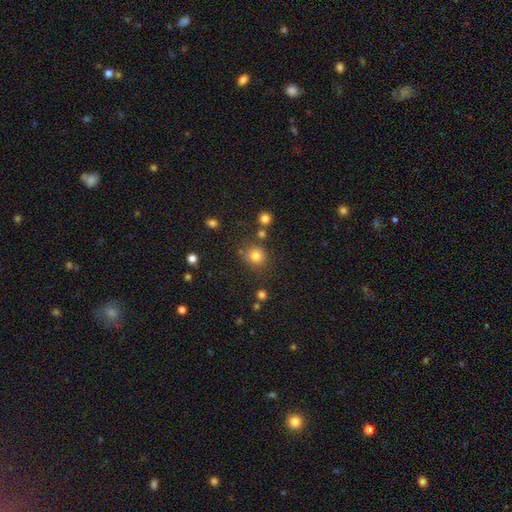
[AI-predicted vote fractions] smooth-or-featured: smooth: 80% | star or artifact: 14% | featured or disk: 6%
  how-rounded: round: 84% | in between: 15% | cigar-shaped: 1%
  merging: none: 75% | minor disturbance: 13% | merger: 8% | major disturbance: 5%